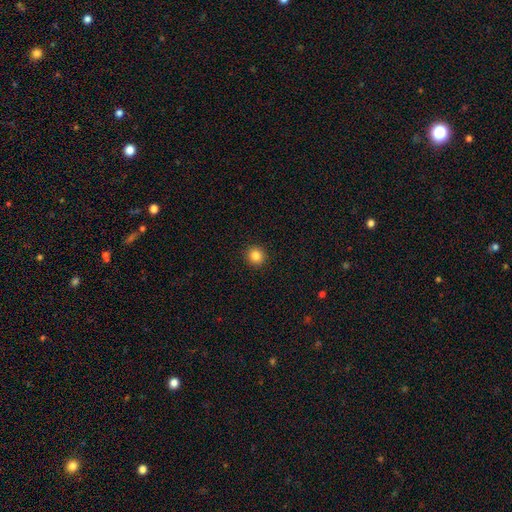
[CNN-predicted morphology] This appears to be a smooth galaxy with no disk features (84%) that is round (93%). Merging: none (93%).